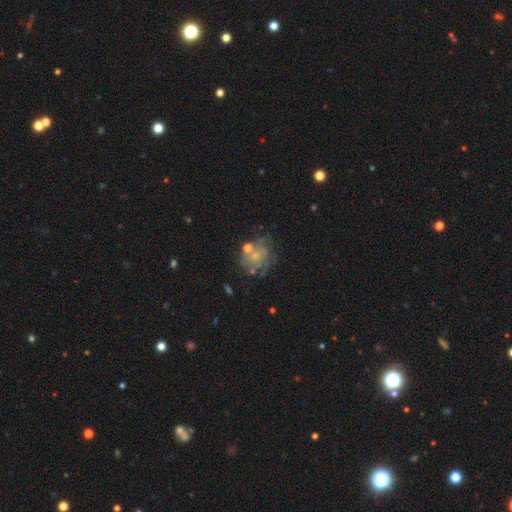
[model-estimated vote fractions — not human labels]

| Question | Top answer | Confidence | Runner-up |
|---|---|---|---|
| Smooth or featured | featured or disk | 55% | smooth (31%) |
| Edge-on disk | no | 98% | yes (2%) |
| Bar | no | 86% | weak (11%) |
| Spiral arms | no | 58% | yes (42%) |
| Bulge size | small | 59% | moderate (19%) |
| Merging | none | 48% | minor disturbance (22%) |